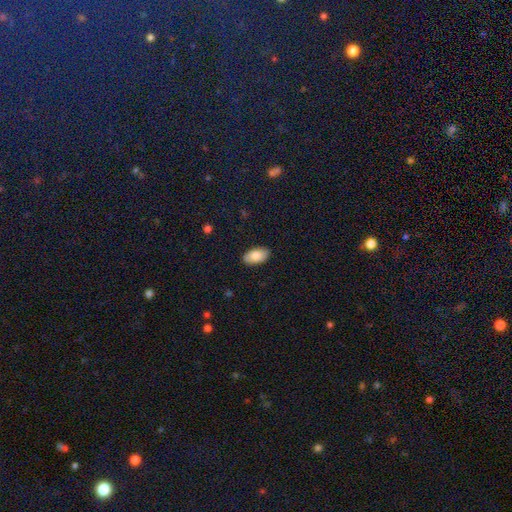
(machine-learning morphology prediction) smooth-or-featured: smooth: 83% | featured or disk: 11% | star or artifact: 7%
  how-rounded: in between: 95% | round: 3% | cigar-shaped: 2%
  merging: none: 89% | minor disturbance: 9% | major disturbance: 2% | merger: 1%